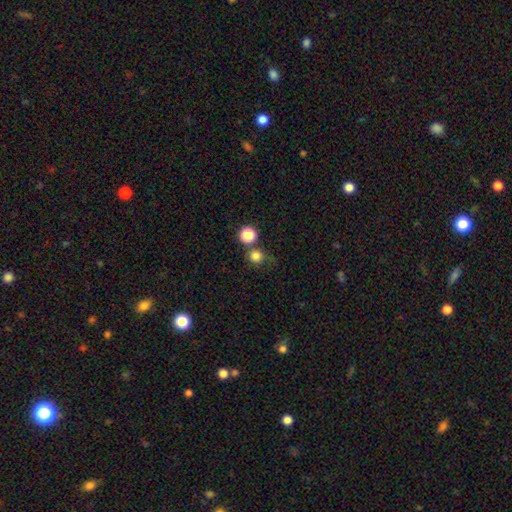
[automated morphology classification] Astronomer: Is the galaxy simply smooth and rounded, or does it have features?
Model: smooth — 80%.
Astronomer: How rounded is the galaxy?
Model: round — 91%.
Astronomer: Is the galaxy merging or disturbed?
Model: none — 66%.